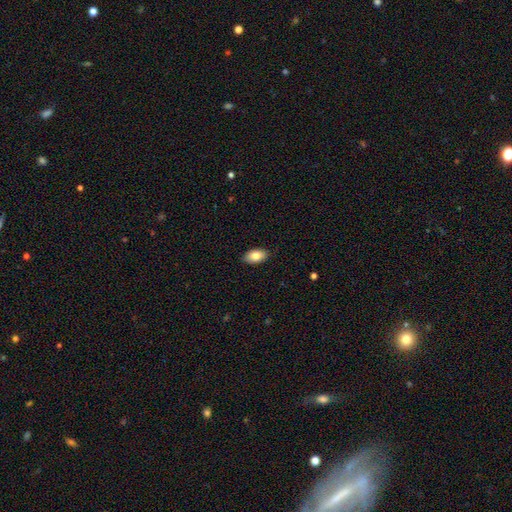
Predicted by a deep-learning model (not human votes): This is clearly a smooth galaxy (81%). How rounded: clearly in between (94%). Merging: clearly none (88%).